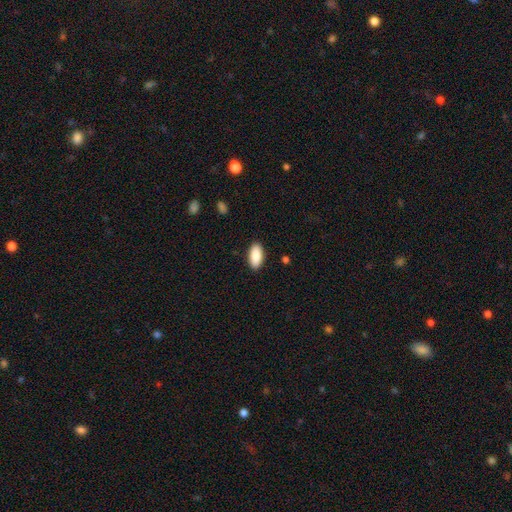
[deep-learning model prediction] Smooth or featured? smooth (88%)
How rounded? in between (92%)
Merging? none (89%)